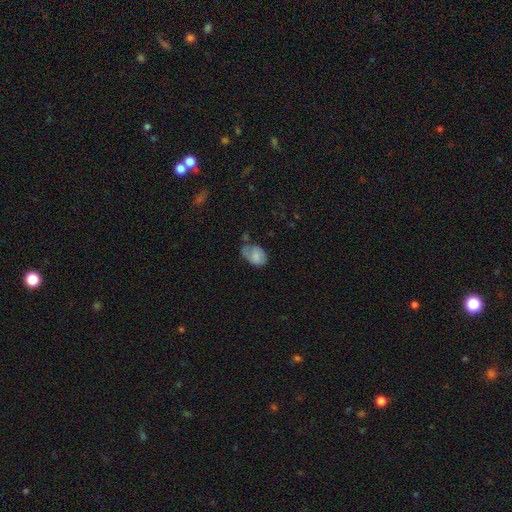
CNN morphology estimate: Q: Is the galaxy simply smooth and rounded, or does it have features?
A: smooth — 73%.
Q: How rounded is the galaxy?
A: in between — 82%.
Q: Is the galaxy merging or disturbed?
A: minor disturbance — 37%.